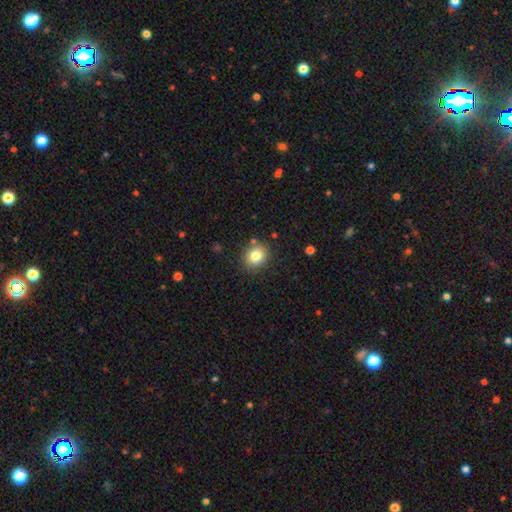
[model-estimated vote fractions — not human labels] A smooth galaxy with no disk features (81%) that is round (72%). Merging: none (85%).